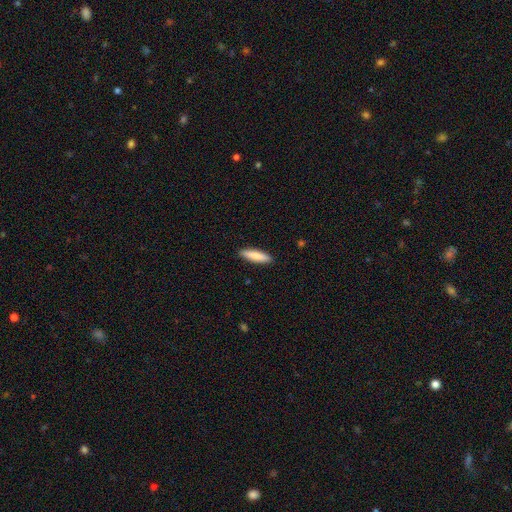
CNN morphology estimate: A smooth galaxy with no disk features (81%) that is cigar-shaped (74%).

Vote fractions:
- Smooth or featured? smooth: 81% / featured or disk: 14% / star or artifact: 5%
- How rounded? cigar-shaped: 74% / in between: 25% / round: 1%
- Merging? none: 91% / minor disturbance: 7% / major disturbance: 1% / merger: 1%